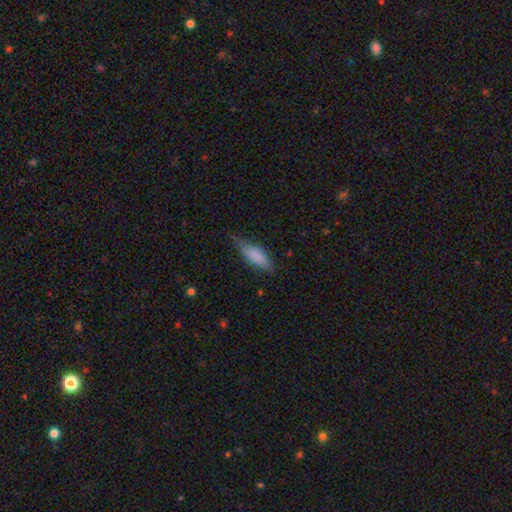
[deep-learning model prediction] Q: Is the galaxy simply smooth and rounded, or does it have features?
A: smooth — 81%.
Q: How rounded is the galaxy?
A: in between — 64%.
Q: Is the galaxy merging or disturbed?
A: none — 57%.